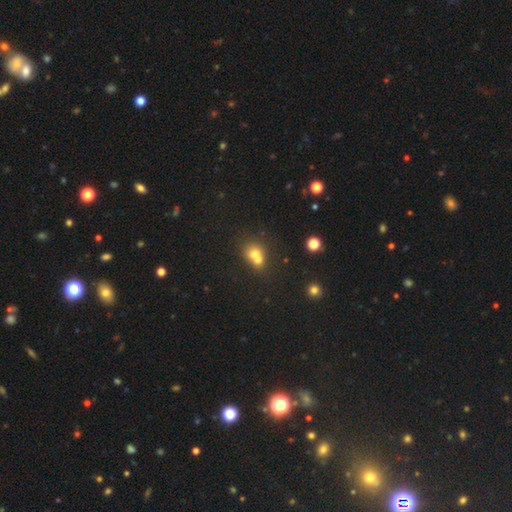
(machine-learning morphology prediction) Overall: smooth (67%). How rounded: round (69%; in between 30%). Merging: merger (65%; none 26%).